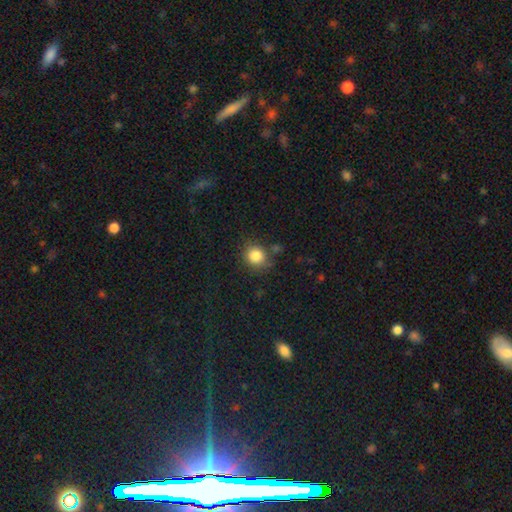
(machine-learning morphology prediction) Q: Smooth or featured?
A: smooth (84%); runner-up: star or artifact (11%)
Q: How rounded?
A: round (82%); runner-up: in between (17%)
Q: Merging?
A: none (77%); runner-up: minor disturbance (14%)